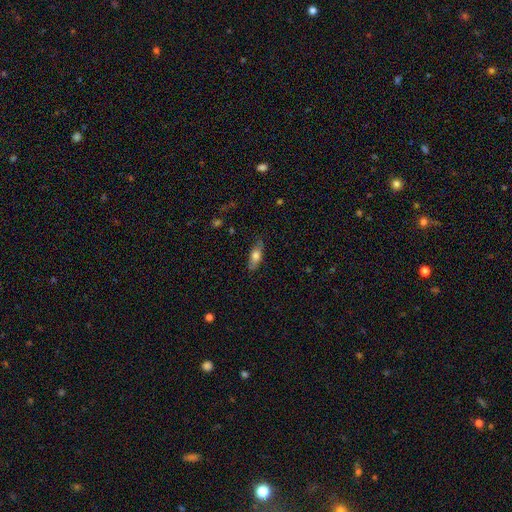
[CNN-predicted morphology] A smooth galaxy with no disk features (66%) that is in between round and cigar-shaped (65%).

Vote fractions:
- Smooth or featured? smooth: 66% / featured or disk: 27% / star or artifact: 7%
- How rounded? in between: 65% / cigar-shaped: 32% / round: 3%
- Merging? none: 80% / minor disturbance: 15% / major disturbance: 3% / merger: 1%